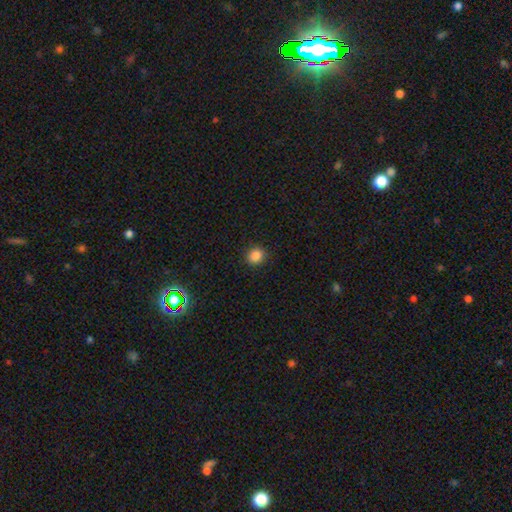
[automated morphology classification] This is clearly a smooth galaxy (85%). How rounded: likely round (79%). Merging: clearly none (91%).